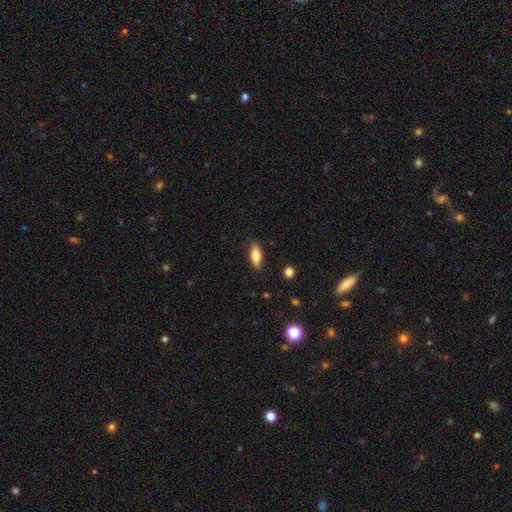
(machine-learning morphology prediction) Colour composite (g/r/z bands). It shows a smooth galaxy with no disk features (67%) that is in between round and cigar-shaped (70%). Merging: none (88%).